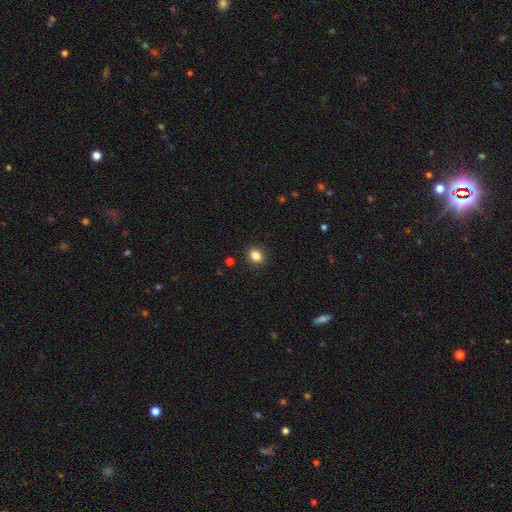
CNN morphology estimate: Smooth or featured?
  - smooth: 84% *
  - star or artifact: 11%
  - featured or disk: 5%
How rounded?
  - round: 51% *
  - in between: 48%
  - cigar-shaped: 1%
Merging?
  - none: 90% *
  - minor disturbance: 7%
  - major disturbance: 2%
  - merger: 1%